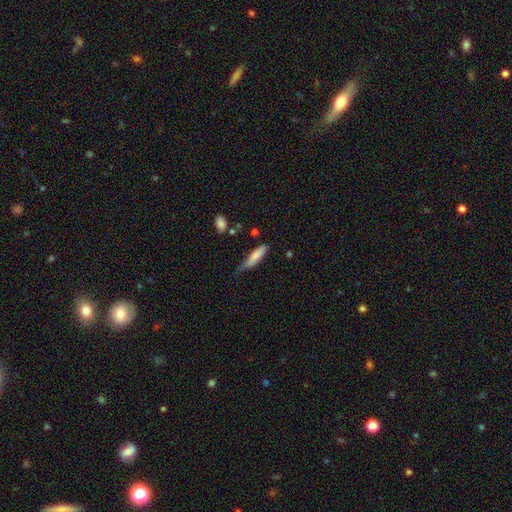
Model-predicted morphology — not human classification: smooth_or_featured: smooth (p=0.79) [alt: featured or disk p=0.15]
how_rounded: cigar-shaped (p=0.71) [alt: in between p=0.27]
merging: none (p=0.46) [alt: minor disturbance p=0.40]